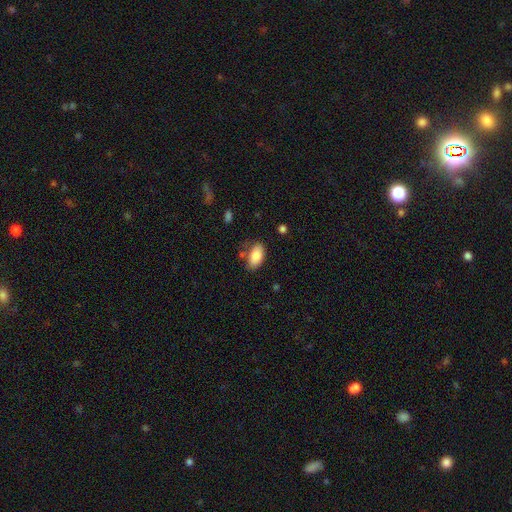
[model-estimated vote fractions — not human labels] Smooth or featured: smooth — 85% (featured or disk — 8%)
How rounded: in between — 94% (round — 3%)
Merging: none — 69% (minor disturbance — 21%)